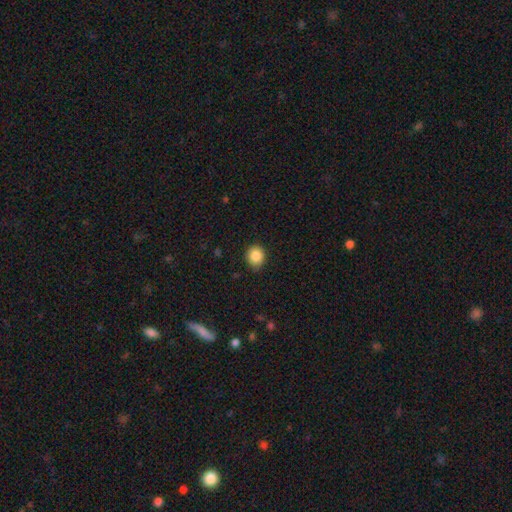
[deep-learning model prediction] Overall: smooth (86%). How rounded: round (77%). Merging: none (86%).